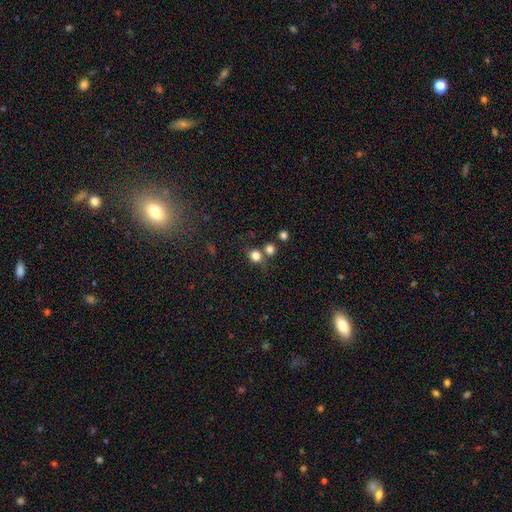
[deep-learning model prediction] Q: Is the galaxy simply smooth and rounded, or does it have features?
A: smooth — 79%.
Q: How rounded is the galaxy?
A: round — 81%.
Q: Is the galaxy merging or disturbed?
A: none — 62%.